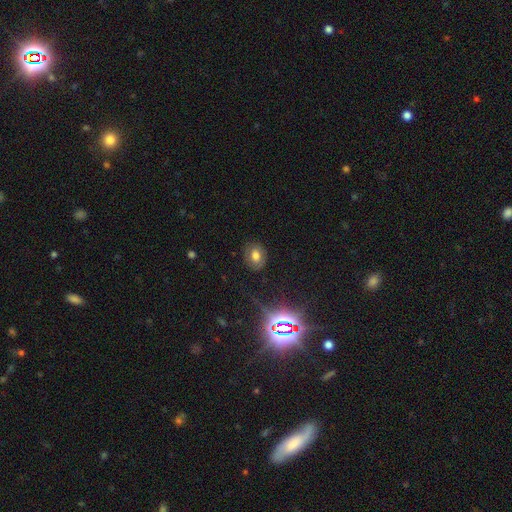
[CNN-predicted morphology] smooth 67%, star or artifact 18%, featured or disk 15%. Down the decision tree: how rounded — in between (50%); merging — none (85%).